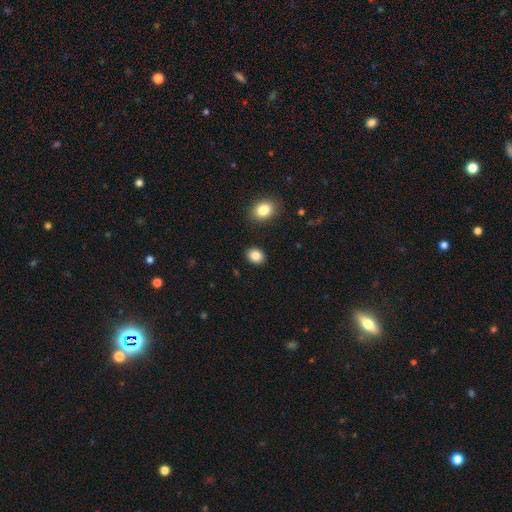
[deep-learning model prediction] The model was most divided on "how rounded": in between: 55%, round: 44%, cigar-shaped: 1%. More confident: merging — none (89%); smooth or featured — smooth (85%).